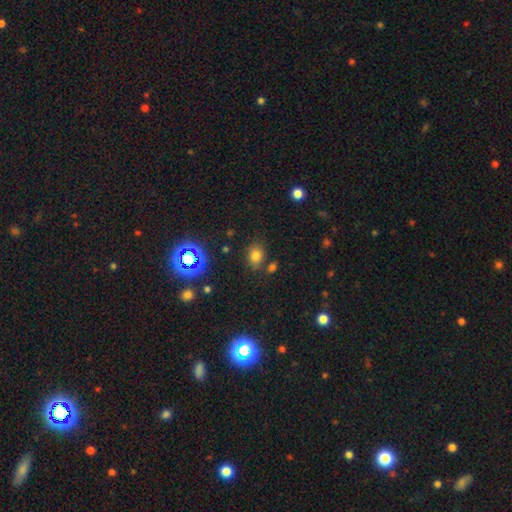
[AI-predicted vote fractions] This is likely a smooth galaxy (72%). How rounded: possibly in between (55%). Merging: likely none (76%).